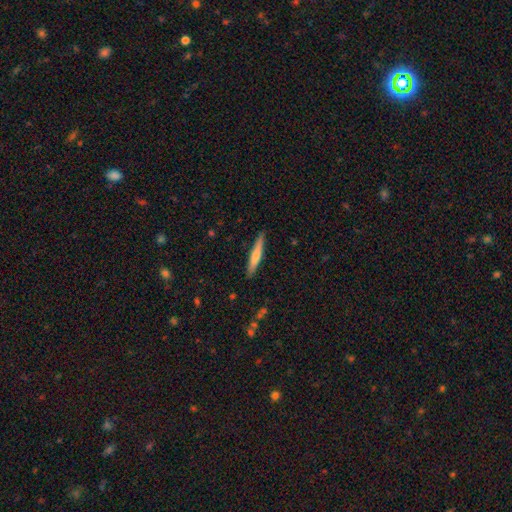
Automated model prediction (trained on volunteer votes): Q: Smooth or featured?
A: smooth (62%); runner-up: featured or disk (33%)
Q: How rounded?
A: cigar-shaped (93%); runner-up: in between (5%)
Q: Merging?
A: none (89%); runner-up: minor disturbance (8%)